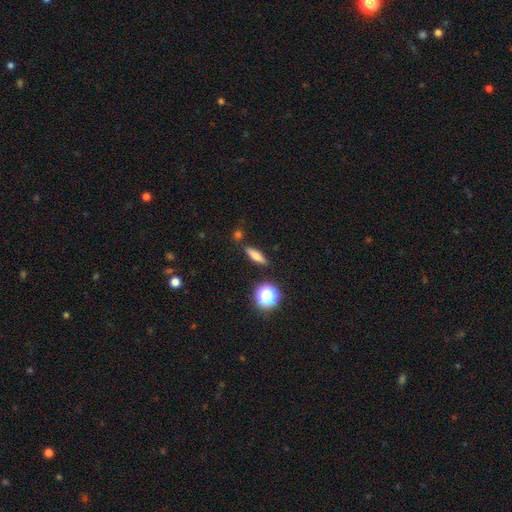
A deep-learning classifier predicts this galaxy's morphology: Smooth or featured?
  - smooth: 68% *
  - featured or disk: 20%
  - star or artifact: 12%
How rounded?
  - cigar-shaped: 64% *
  - in between: 27%
  - round: 9%
Merging?
  - none: 84% *
  - minor disturbance: 9%
  - merger: 4%
  - major disturbance: 3%